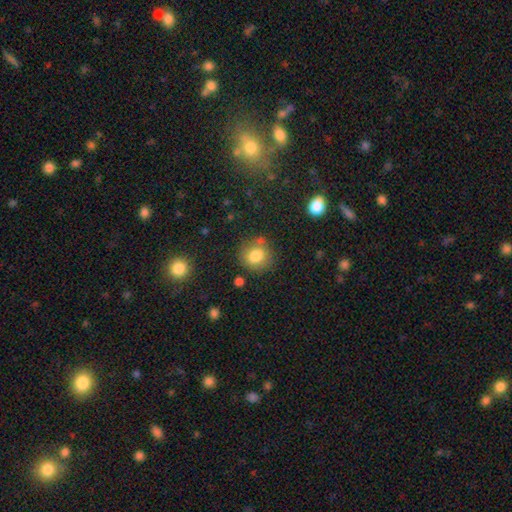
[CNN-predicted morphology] Smooth or featured? Predicted: smooth (p=0.79). How rounded? Predicted: round (p=0.83). Merging? Predicted: none (p=0.73).